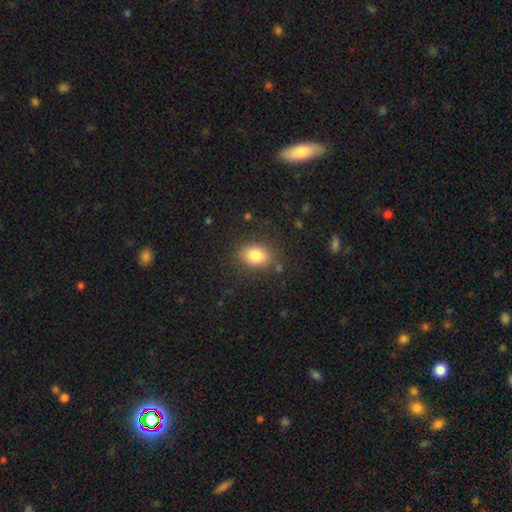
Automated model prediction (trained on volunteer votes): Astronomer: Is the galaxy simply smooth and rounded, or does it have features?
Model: smooth — 83%.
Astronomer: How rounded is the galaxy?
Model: in between — 70%.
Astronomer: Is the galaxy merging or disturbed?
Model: none — 81%.